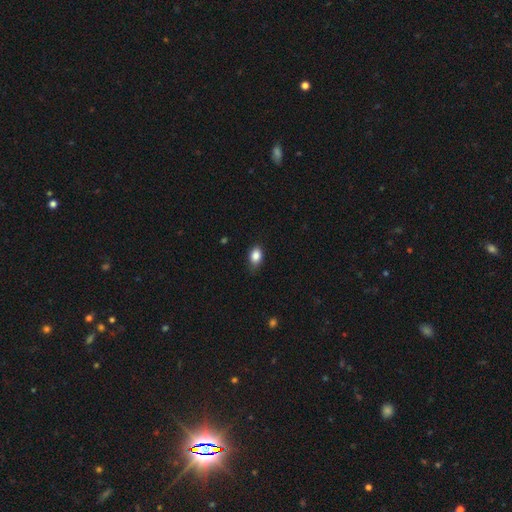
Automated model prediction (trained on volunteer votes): This is clearly a smooth galaxy (86%). How rounded: clearly in between (81%). Merging: likely none (71%).